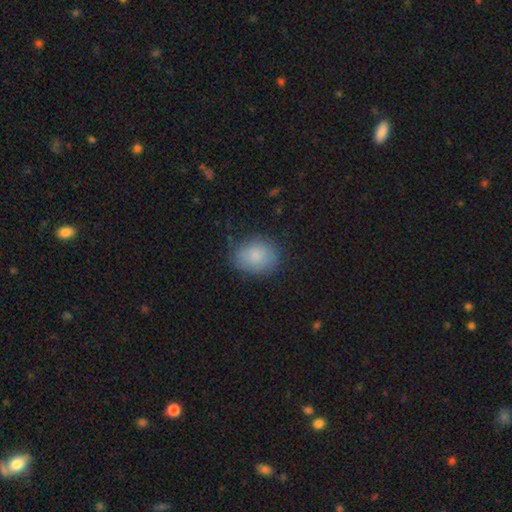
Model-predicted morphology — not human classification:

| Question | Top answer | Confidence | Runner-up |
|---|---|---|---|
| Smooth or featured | smooth | 84% | featured or disk (8%) |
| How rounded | round | 52% | in between (47%) |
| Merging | none | 74% | minor disturbance (20%) |